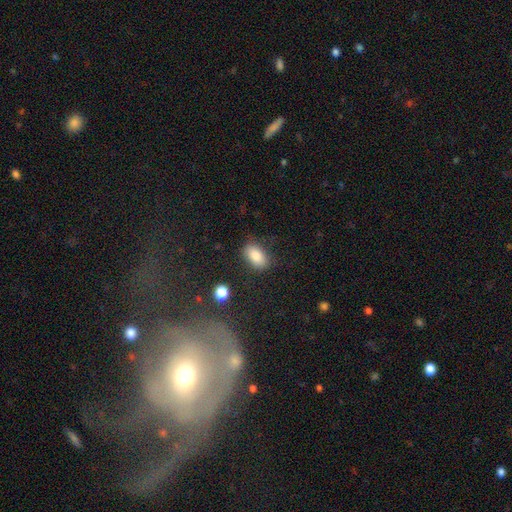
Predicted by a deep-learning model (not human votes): Smooth or featured? smooth (84%)
How rounded? in between (91%)
Merging? none (81%)